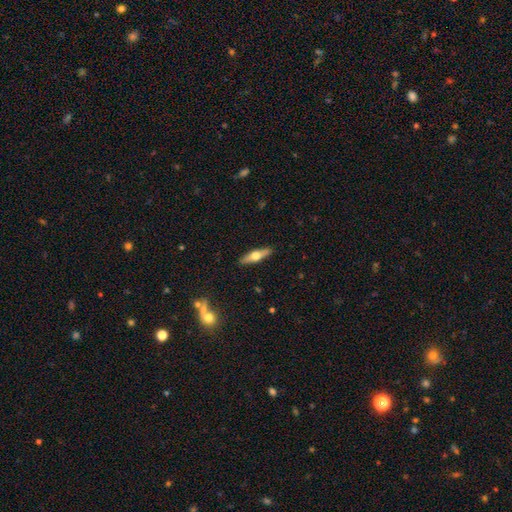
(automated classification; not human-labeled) Smooth or featured?
  - featured or disk: 54% *
  - smooth: 40%
  - star or artifact: 6%
Edge-on disk?
  - yes: 92% *
  - no: 8%
Merging?
  - none: 90% *
  - minor disturbance: 7%
  - major disturbance: 2%
  - merger: 1%